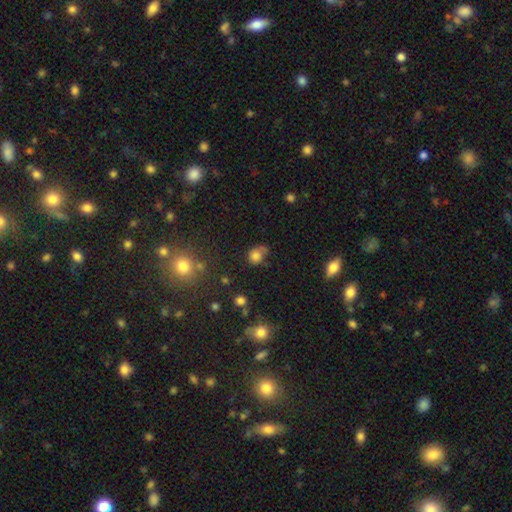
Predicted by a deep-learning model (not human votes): Morphology: type=smooth (75%); roundness=round (68%); merging=none (49%).